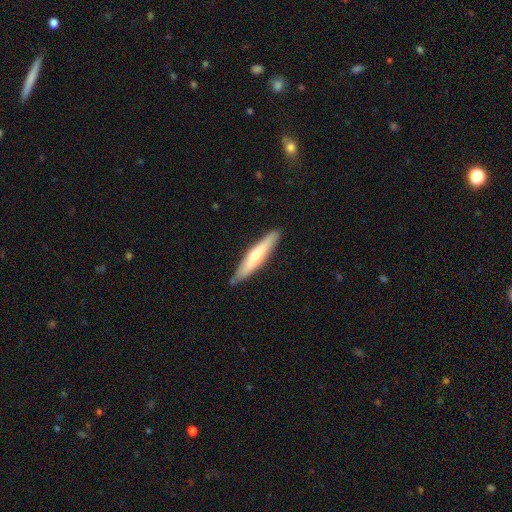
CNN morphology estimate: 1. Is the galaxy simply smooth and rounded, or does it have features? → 51% smooth, 44% featured or disk, 5% star or artifact.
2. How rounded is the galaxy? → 87% cigar-shaped, 11% in between, 1% round.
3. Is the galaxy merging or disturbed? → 85% none, 12% minor disturbance, 2% merger, 2% major disturbance.